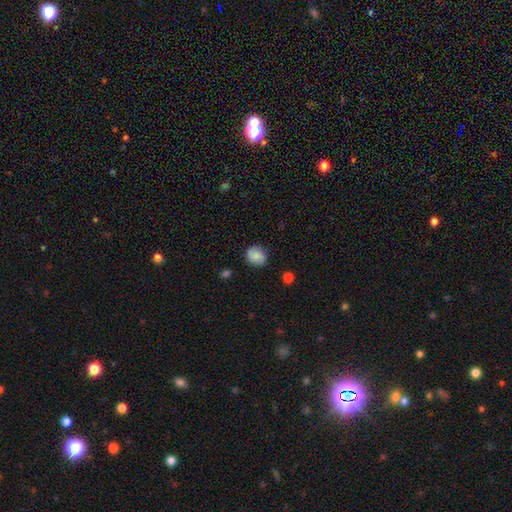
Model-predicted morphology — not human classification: smooth_or_featured: smooth (p=0.82) [alt: featured or disk p=0.10]
how_rounded: round (p=0.76) [alt: in between p=0.23]
merging: none (p=0.84) [alt: minor disturbance p=0.12]